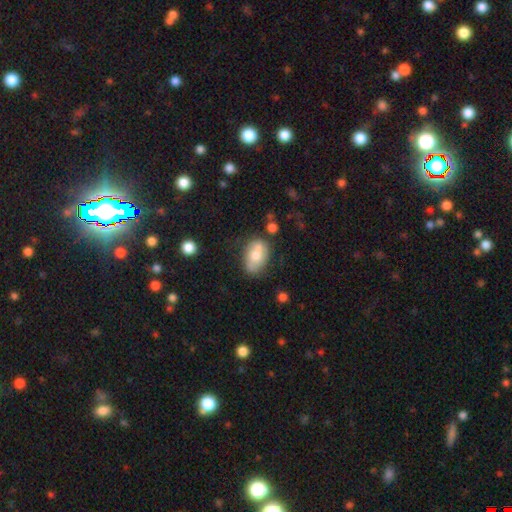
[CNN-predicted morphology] Smooth or featured? Predicted: smooth (p=0.63). How rounded? Predicted: in between (p=0.81). Merging? Predicted: none (p=0.54).